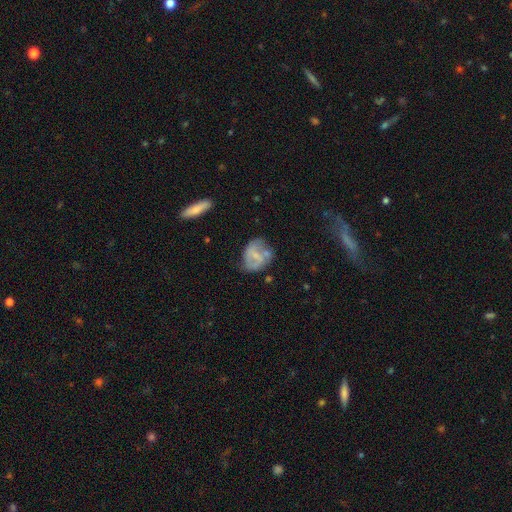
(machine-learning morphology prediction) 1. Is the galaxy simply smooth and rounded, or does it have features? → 55% featured or disk, 37% smooth, 8% star or artifact.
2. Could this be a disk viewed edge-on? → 97% no, 3% yes.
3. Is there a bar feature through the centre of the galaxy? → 46% weak, 33% no, 21% strong.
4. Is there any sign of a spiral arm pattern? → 61% yes, 39% no.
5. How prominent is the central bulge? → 43% small, 31% none, 23% moderate, 2% large, 1% dominant.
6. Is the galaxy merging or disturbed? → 48% none, 27% minor disturbance, 14% major disturbance, 10% merger.